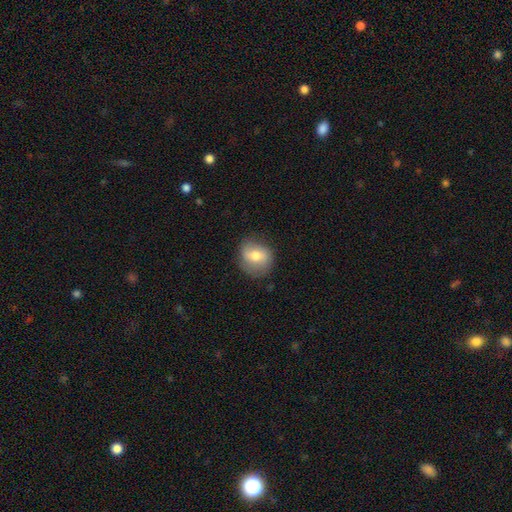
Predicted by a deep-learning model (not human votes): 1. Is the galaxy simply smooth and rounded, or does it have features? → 60% smooth, 32% featured or disk, 8% star or artifact.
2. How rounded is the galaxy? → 73% round, 26% in between, 1% cigar-shaped.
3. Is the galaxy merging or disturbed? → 77% none, 17% minor disturbance, 5% major disturbance, 1% merger.